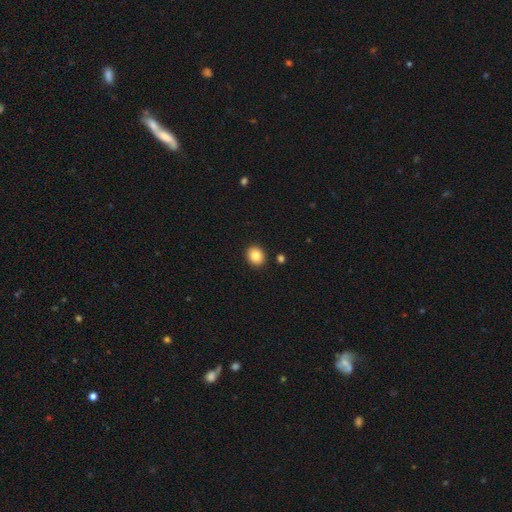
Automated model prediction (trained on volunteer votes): A smooth galaxy with no disk features (84%) that is round (74%). Merging: none (91%).